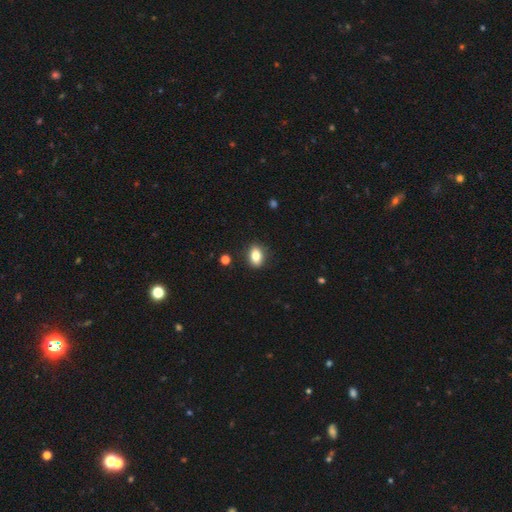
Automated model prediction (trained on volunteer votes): Q: Smooth or featured?
A: smooth (82%); runner-up: featured or disk (9%)
Q: How rounded?
A: in between (78%); runner-up: round (19%)
Q: Merging?
A: none (88%); runner-up: minor disturbance (9%)